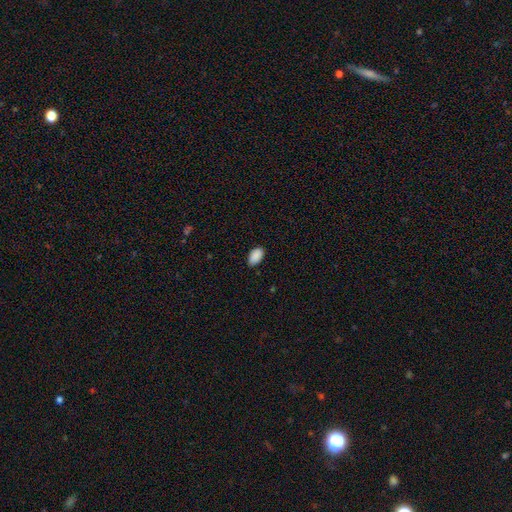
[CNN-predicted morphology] Smooth or featured: smooth — 90% (star or artifact — 7%)
How rounded: in between — 93% (round — 5%)
Merging: none — 84% (minor disturbance — 13%)